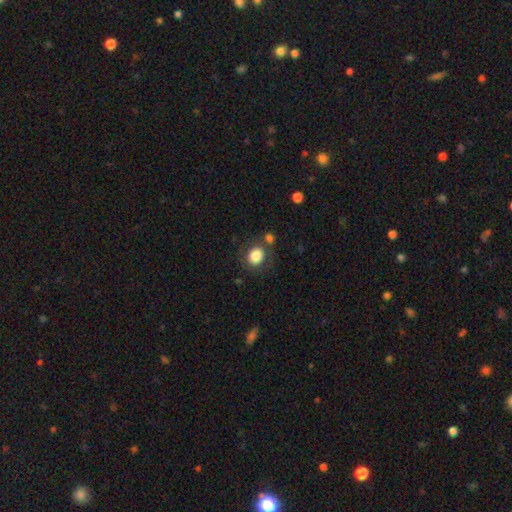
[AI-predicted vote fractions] The model was most divided on "how rounded": round: 67%, in between: 32%, cigar-shaped: 1%. More confident: smooth or featured — smooth (84%); merging — none (72%).